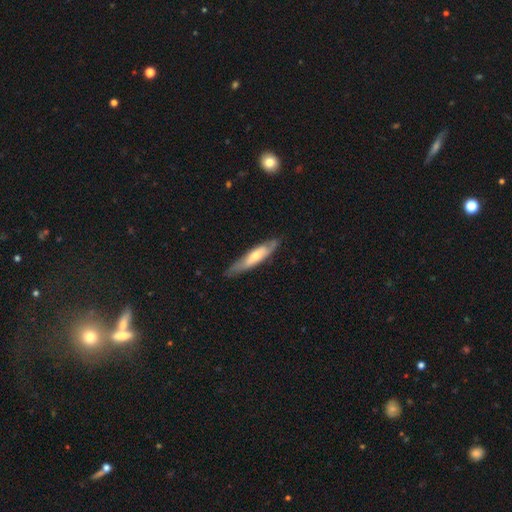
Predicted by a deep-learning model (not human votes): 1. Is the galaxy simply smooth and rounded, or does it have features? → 50% featured or disk, 45% smooth, 5% star or artifact.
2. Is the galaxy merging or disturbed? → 77% none, 18% minor disturbance, 4% major disturbance, 1% merger.